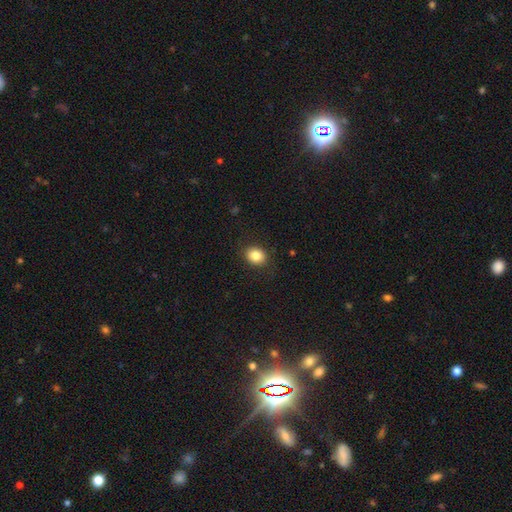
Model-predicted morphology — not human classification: This is clearly a smooth galaxy (84%). How rounded: possibly round (54%). Merging: clearly none (88%).